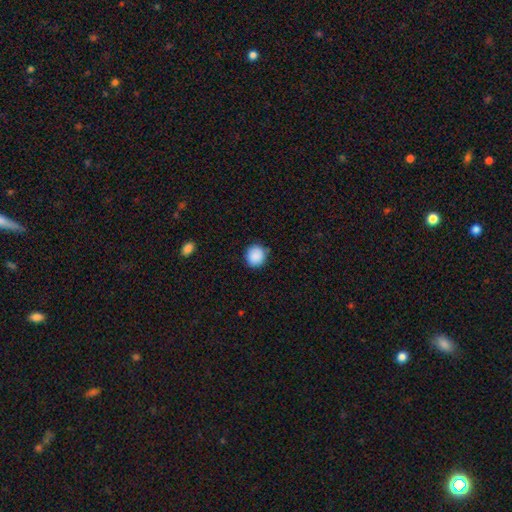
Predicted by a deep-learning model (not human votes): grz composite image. It shows a smooth galaxy with no disk features (89%) that is round (89%). Merging: none (85%).